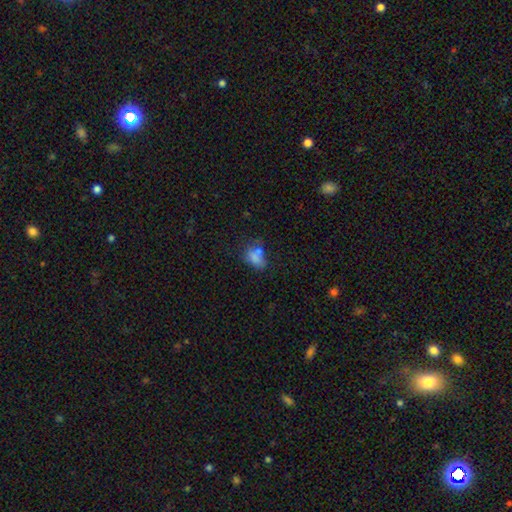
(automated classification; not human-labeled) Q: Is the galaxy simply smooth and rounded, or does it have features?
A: smooth — 68%.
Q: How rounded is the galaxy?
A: in between — 78%.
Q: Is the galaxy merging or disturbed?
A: none — 37%.